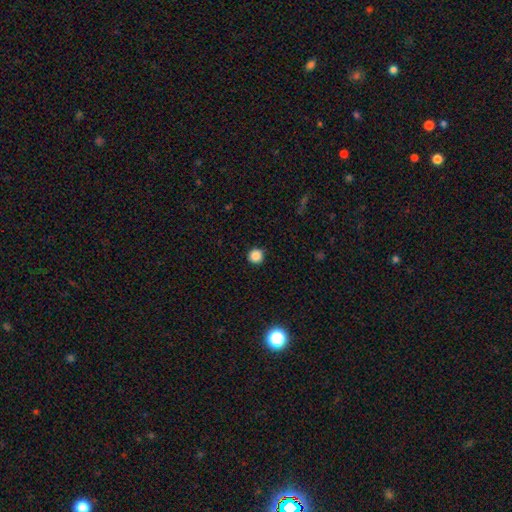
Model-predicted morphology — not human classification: Q: Smooth or featured?
A: smooth (87%); runner-up: star or artifact (11%)
Q: How rounded?
A: round (96%); runner-up: in between (3%)
Q: Merging?
A: none (92%); runner-up: minor disturbance (5%)